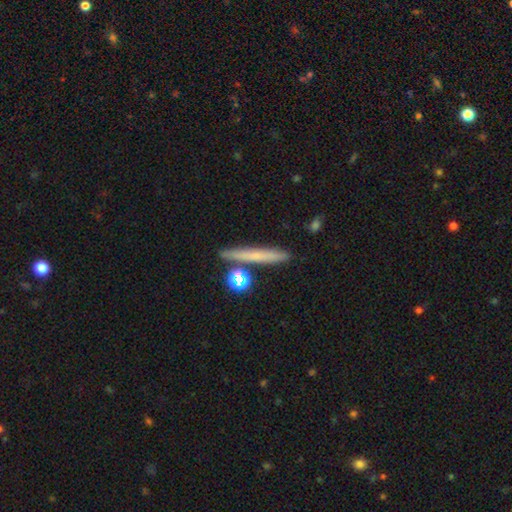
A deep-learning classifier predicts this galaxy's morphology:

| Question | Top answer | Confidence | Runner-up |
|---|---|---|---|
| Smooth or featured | smooth | 61% | featured or disk (31%) |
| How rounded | cigar-shaped | 90% | in between (5%) |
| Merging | none | 80% | minor disturbance (10%) |